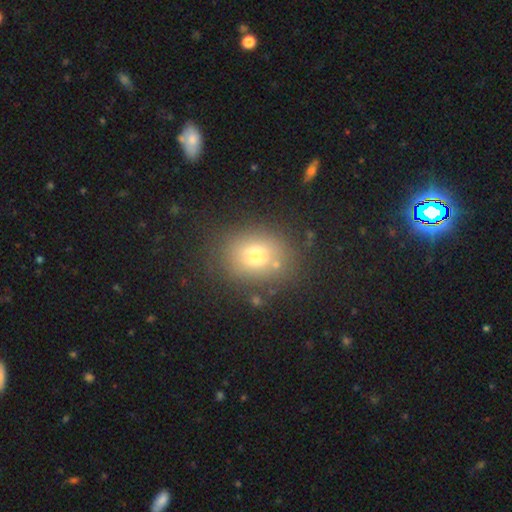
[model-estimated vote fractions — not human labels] Smooth or featured? Predicted: smooth (p=0.71). How rounded? Predicted: round (p=0.50). Merging? Predicted: none (p=0.77).